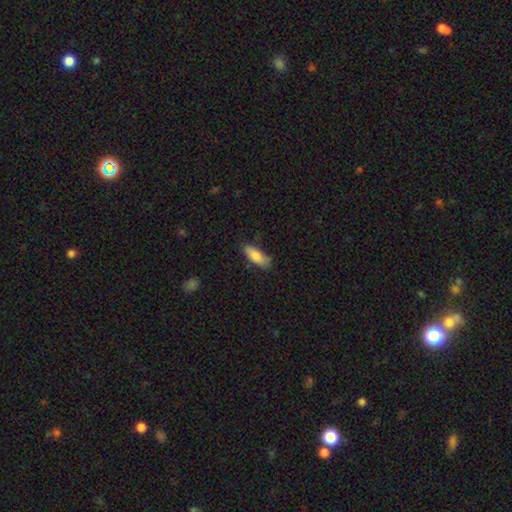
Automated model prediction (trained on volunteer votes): A smooth galaxy with no disk features (82%) that is in between round and cigar-shaped (65%). Merging: none (72%).